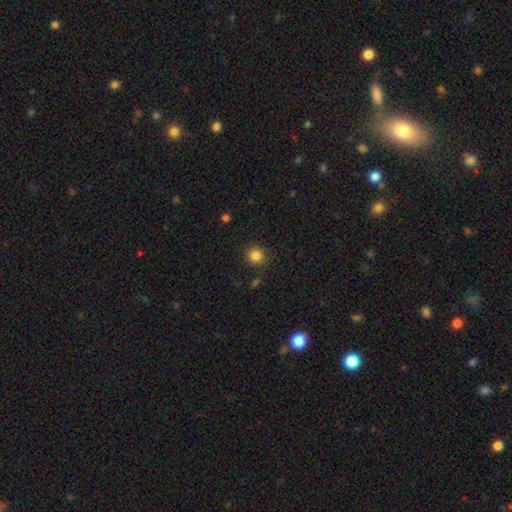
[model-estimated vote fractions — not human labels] smooth_or_featured: smooth (p=0.84) [alt: star or artifact p=0.12]
how_rounded: round (p=0.92) [alt: in between p=0.07]
merging: none (p=0.86) [alt: minor disturbance p=0.09]